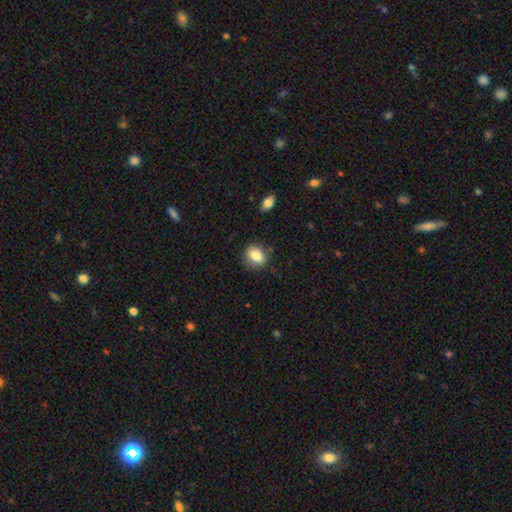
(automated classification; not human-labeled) Smooth or featured?
  - smooth: 82% *
  - featured or disk: 9%
  - star or artifact: 8%
How rounded?
  - in between: 56% *
  - round: 43%
  - cigar-shaped: 1%
Merging?
  - none: 81% *
  - minor disturbance: 13%
  - major disturbance: 3%
  - merger: 2%